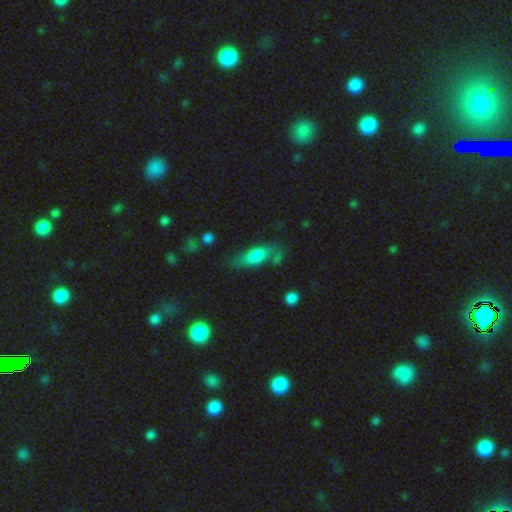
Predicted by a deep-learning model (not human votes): The model was most divided on "merging": none: 58%, minor disturbance: 24%, major disturbance: 10%, merger: 7%. More confident: smooth or featured — smooth (69%); how rounded — in between (67%).